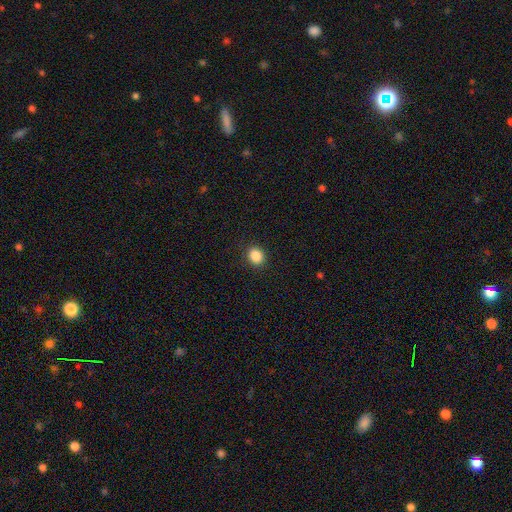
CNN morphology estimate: A smooth galaxy with no disk features (86%) that is round (73%).

Vote fractions:
- Smooth or featured? smooth: 86% / star or artifact: 10% / featured or disk: 4%
- How rounded? round: 73% / in between: 26% / cigar-shaped: 1%
- Merging? none: 91% / minor disturbance: 6% / major disturbance: 2% / merger: 1%